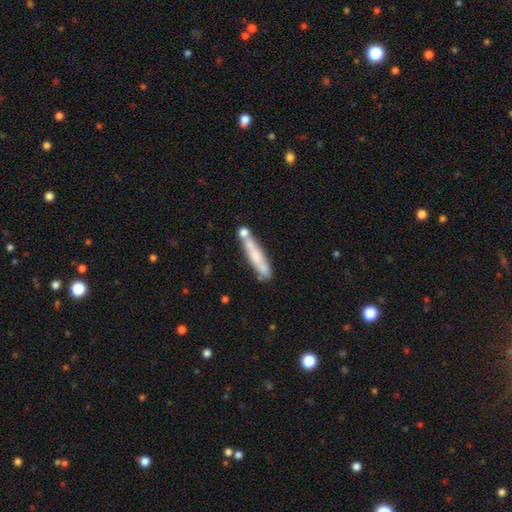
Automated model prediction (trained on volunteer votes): This is likely a smooth galaxy (60%). How rounded: clearly cigar-shaped (90%). Merging: likely none (61%).